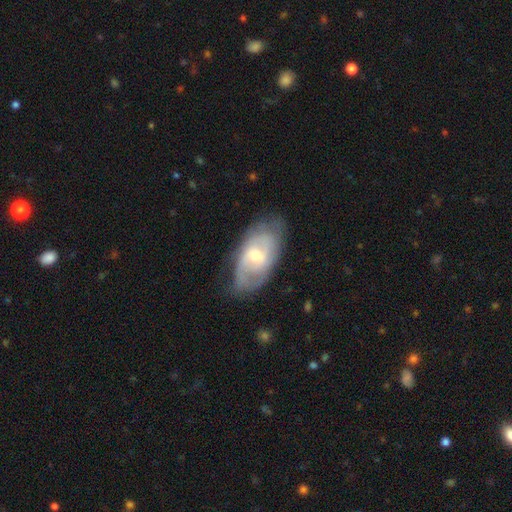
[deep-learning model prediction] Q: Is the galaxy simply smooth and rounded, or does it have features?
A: featured or disk — 70%.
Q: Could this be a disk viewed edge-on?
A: no — 93%.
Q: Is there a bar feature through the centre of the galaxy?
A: weak — 49%.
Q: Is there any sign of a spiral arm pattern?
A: yes — 83%.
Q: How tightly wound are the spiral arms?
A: tight — 46%.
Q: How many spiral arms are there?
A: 2 — 47%.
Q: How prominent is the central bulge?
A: moderate — 57%.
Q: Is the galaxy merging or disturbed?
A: none — 67%.